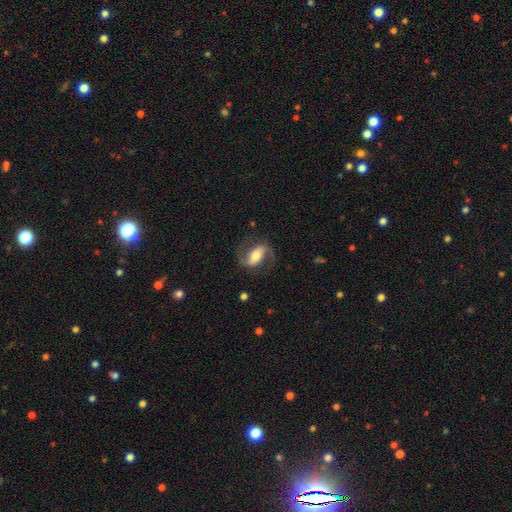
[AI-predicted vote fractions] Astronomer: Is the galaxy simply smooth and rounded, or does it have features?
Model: featured or disk — 70%.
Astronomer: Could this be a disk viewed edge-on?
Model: no — 94%.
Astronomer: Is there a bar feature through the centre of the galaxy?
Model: strong — 50% (runner-up: weak, 28%).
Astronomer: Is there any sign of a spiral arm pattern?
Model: yes — 86%.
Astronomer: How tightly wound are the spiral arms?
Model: medium — 48% (runner-up: loose, 34%).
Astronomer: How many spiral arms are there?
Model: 2 — 89%.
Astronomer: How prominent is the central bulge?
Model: moderate — 60%.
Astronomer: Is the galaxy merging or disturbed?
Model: none — 71%.